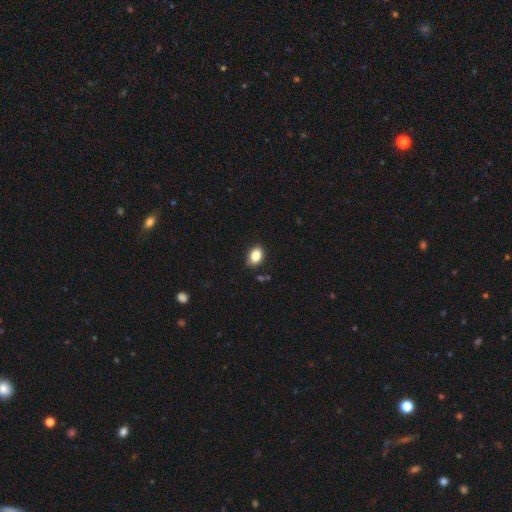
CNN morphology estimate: The model was most divided on "how rounded": in between: 81%, round: 18%, cigar-shaped: 1%. More confident: merging — none (85%); smooth or featured — smooth (85%).